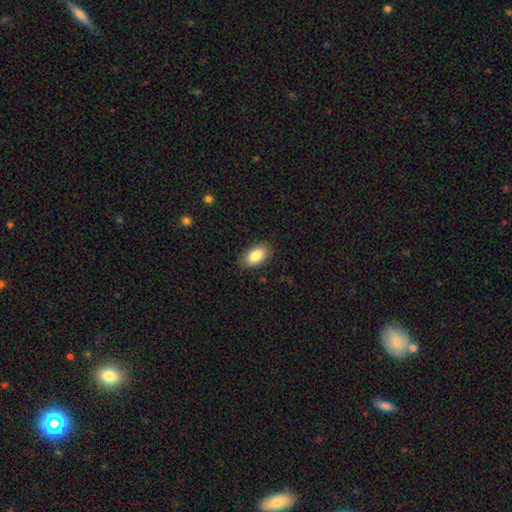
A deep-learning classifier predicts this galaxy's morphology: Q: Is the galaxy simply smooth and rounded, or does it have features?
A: smooth — 86%.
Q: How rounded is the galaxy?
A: in between — 93%.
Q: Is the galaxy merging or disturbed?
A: none — 85%.